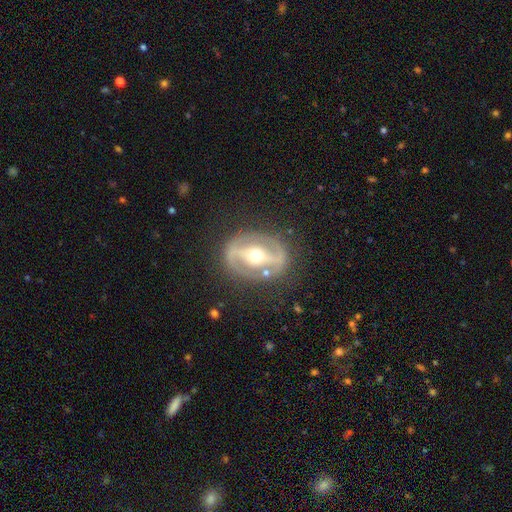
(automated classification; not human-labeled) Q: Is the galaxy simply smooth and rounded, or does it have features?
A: featured or disk — 84%.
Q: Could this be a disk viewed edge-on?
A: no — 94%.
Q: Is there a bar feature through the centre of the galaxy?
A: strong — 64%.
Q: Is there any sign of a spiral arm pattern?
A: yes — 64%.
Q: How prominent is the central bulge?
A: moderate — 70%.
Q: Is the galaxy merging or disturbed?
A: none — 81%.